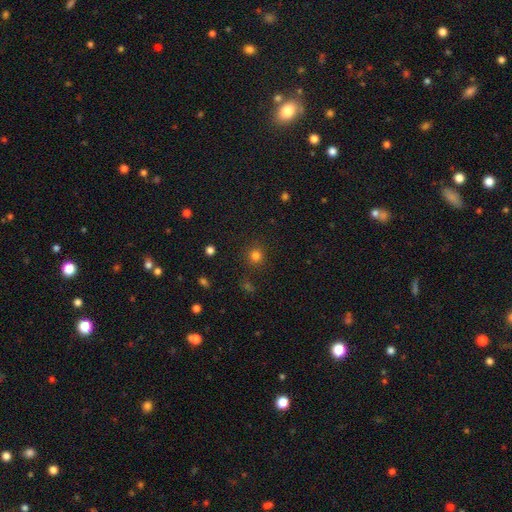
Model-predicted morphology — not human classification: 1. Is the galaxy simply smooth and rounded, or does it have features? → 80% smooth, 16% star or artifact, 5% featured or disk.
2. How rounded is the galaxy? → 92% round, 7% in between, 1% cigar-shaped.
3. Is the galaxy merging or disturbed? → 88% none, 7% minor disturbance, 3% major disturbance, 2% merger.